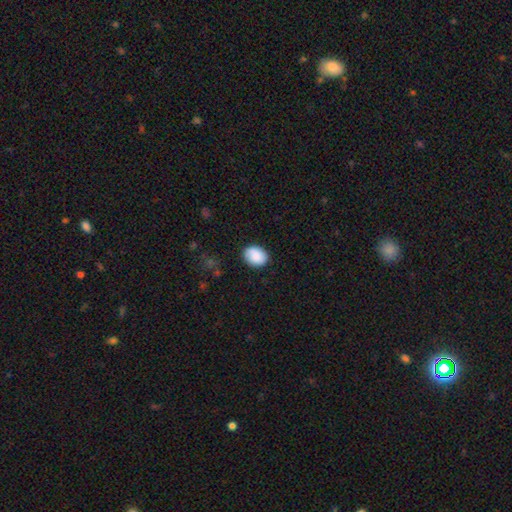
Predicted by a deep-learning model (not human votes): Overall: smooth (86%). How rounded: in between (57%; round 42%). Merging: none (83%).